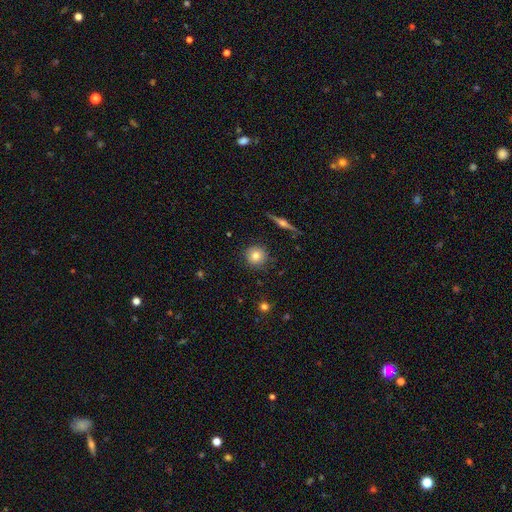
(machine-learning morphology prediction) smooth_or_featured: smooth (p=0.76) [alt: featured or disk p=0.14]
how_rounded: round (p=0.94) [alt: in between p=0.05]
merging: none (p=0.88) [alt: minor disturbance p=0.08]